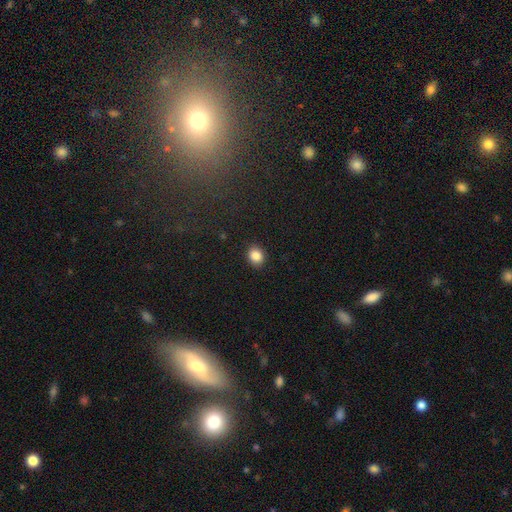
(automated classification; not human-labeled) Smooth or featured? smooth (86%)
How rounded? round (57%)
Merging? none (89%)